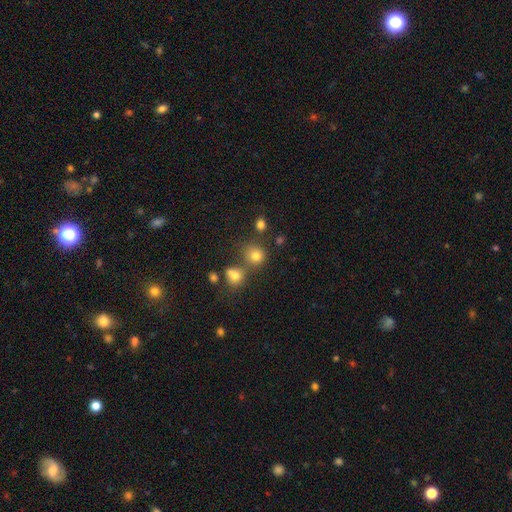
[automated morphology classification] A smooth galaxy with no disk features (77%) that is round (84%).

Vote fractions:
- Smooth or featured? smooth: 77% / star or artifact: 15% / featured or disk: 7%
- How rounded? round: 84% / in between: 15% / cigar-shaped: 1%
- Merging? none: 66% / merger: 20% / minor disturbance: 10% / major disturbance: 4%